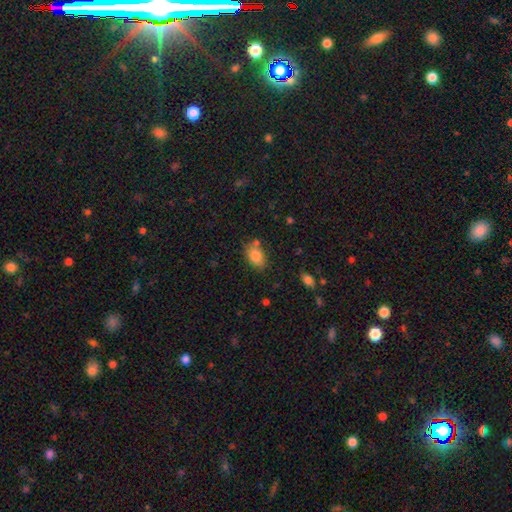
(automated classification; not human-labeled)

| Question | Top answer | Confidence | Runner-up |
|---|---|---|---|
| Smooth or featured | smooth | 82% | featured or disk (9%) |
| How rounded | in between | 78% | round (21%) |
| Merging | none | 68% | minor disturbance (17%) |